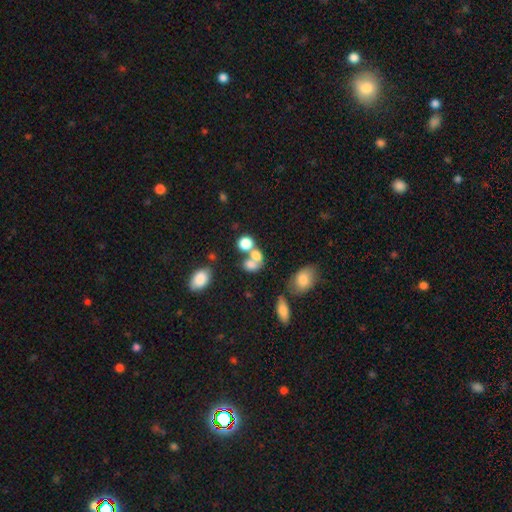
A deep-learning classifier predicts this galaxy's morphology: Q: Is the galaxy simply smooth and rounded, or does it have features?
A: smooth — 72%.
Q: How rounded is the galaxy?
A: round — 58%.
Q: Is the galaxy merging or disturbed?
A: merger — 54%.